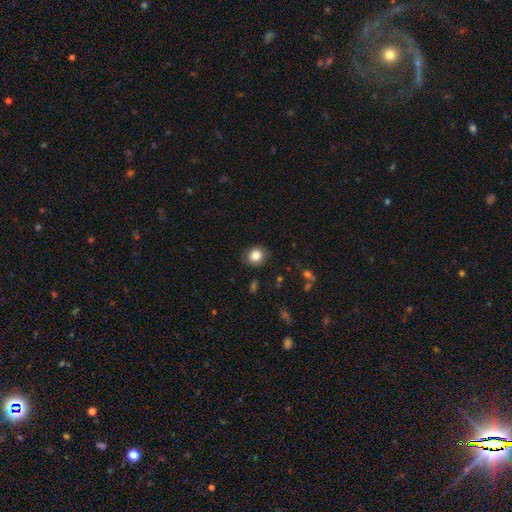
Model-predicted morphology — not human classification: A smooth galaxy with no disk features (83%) that is round (77%). Merging: none (86%).